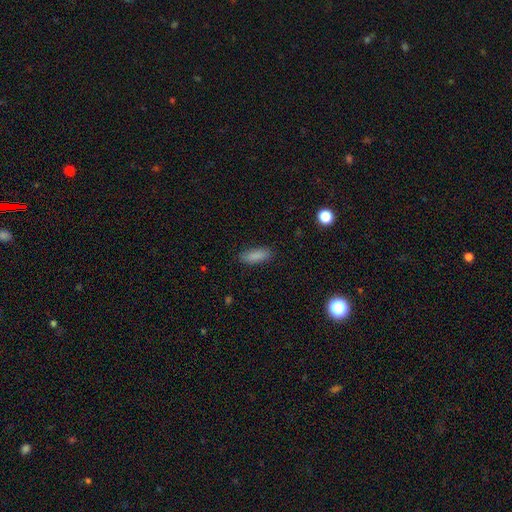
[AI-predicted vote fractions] Smooth or featured?
  - smooth: 87% *
  - star or artifact: 8%
  - featured or disk: 5%
How rounded?
  - in between: 73% *
  - cigar-shaped: 25%
  - round: 2%
Merging?
  - none: 87% *
  - minor disturbance: 10%
  - major disturbance: 2%
  - merger: 1%